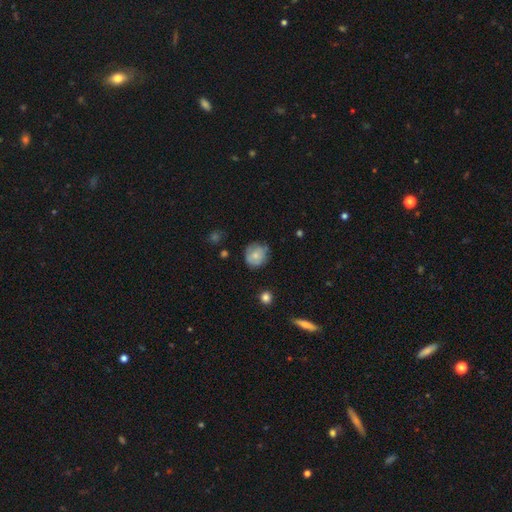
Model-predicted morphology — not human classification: Smooth or featured?
  - smooth: 70% *
  - featured or disk: 22%
  - star or artifact: 8%
How rounded?
  - round: 86% *
  - in between: 13%
  - cigar-shaped: 1%
Merging?
  - none: 68% *
  - minor disturbance: 24%
  - major disturbance: 6%
  - merger: 2%